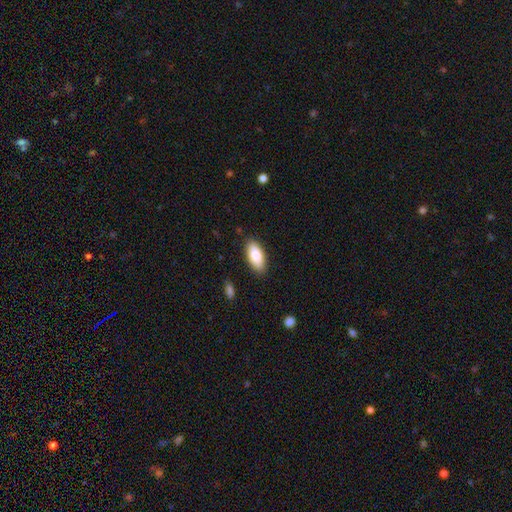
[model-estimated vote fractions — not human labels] Q: Smooth or featured?
A: smooth (80%); runner-up: featured or disk (14%)
Q: How rounded?
A: in between (89%); runner-up: cigar-shaped (9%)
Q: Merging?
A: none (87%); runner-up: minor disturbance (10%)